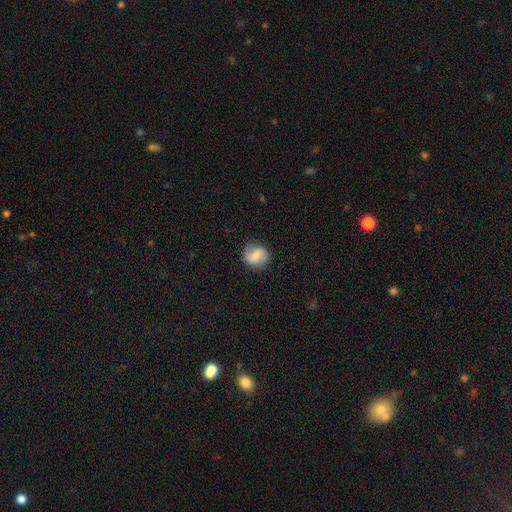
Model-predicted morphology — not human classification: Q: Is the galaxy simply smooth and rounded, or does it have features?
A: smooth — 57%.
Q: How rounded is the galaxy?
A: round — 83%.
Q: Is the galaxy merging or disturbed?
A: none — 82%.